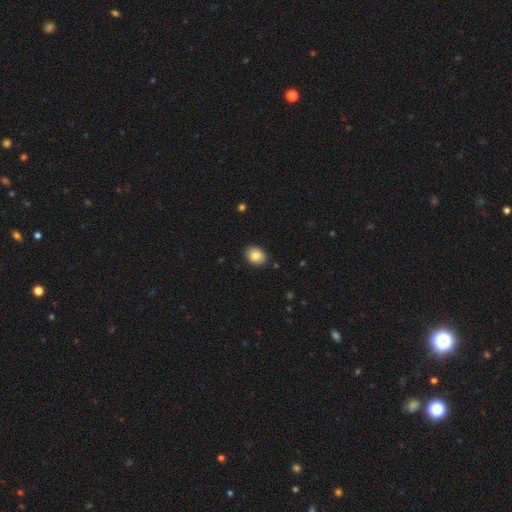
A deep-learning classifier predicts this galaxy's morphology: This appears to be a smooth galaxy with no disk features (85%) that is in between round and cigar-shaped (62%). Merging: none (88%).